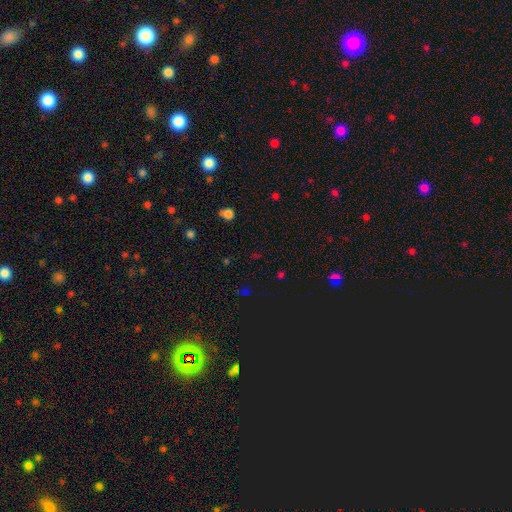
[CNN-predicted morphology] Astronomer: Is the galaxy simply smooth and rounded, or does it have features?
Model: star or artifact — 59%.